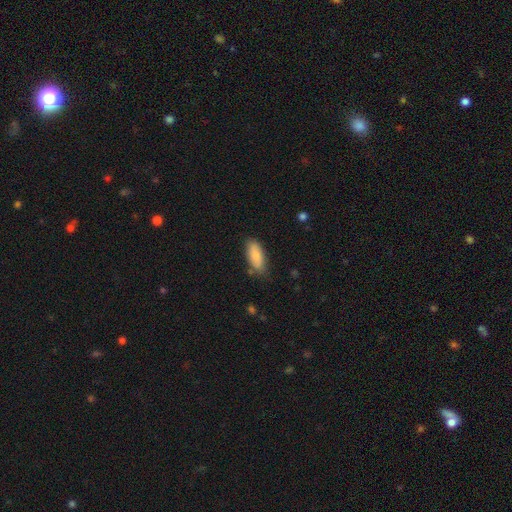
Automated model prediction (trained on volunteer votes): Overall: smooth (84%). How rounded: in between (81%). Merging: none (76%).